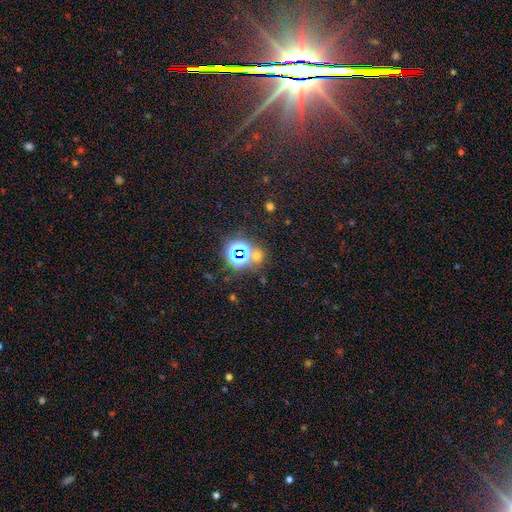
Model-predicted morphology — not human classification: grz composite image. It shows a star or artifact, not a galaxy (56%).